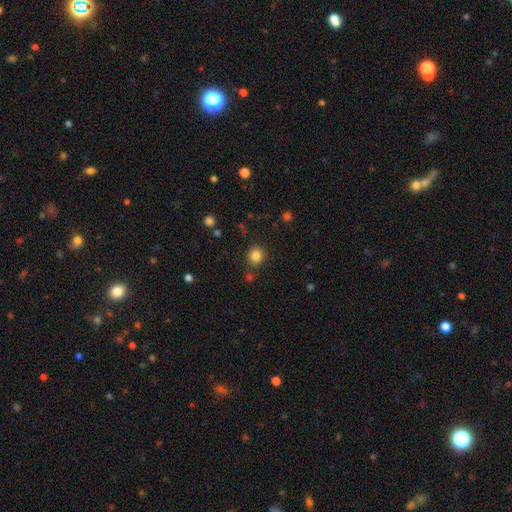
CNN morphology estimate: Smooth or featured: smooth — 84% (star or artifact — 12%)
How rounded: round — 82% (in between — 17%)
Merging: none — 84% (minor disturbance — 9%)